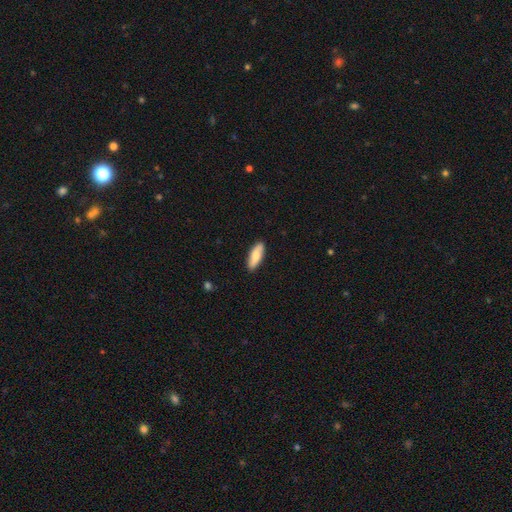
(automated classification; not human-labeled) A smooth galaxy with no disk features (72%) that is in between round and cigar-shaped (62%).

Vote fractions:
- Smooth or featured? smooth: 72% / featured or disk: 22% / star or artifact: 6%
- How rounded? in between: 62% / cigar-shaped: 35% / round: 2%
- Merging? none: 89% / minor disturbance: 9% / major disturbance: 2% / merger: 1%